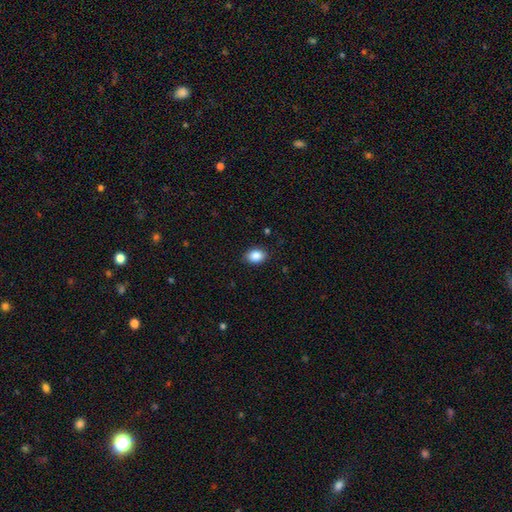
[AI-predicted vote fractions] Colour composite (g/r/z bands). It shows a smooth galaxy with no disk features (87%) that is in between round and cigar-shaped (72%). Merging: none (87%).